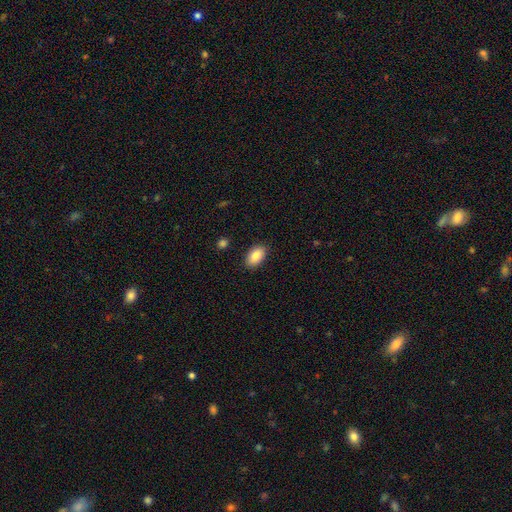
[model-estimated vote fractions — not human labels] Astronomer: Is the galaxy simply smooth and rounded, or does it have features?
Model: smooth — 86%.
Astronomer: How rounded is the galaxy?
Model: in between — 93%.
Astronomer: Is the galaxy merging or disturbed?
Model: none — 88%.